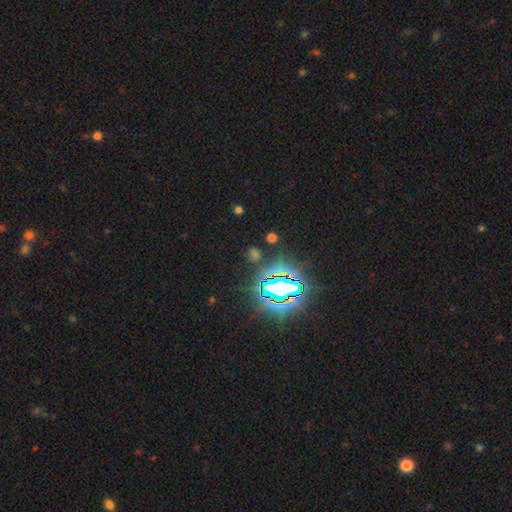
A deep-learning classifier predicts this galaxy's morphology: Smooth or featured? star or artifact (73%)